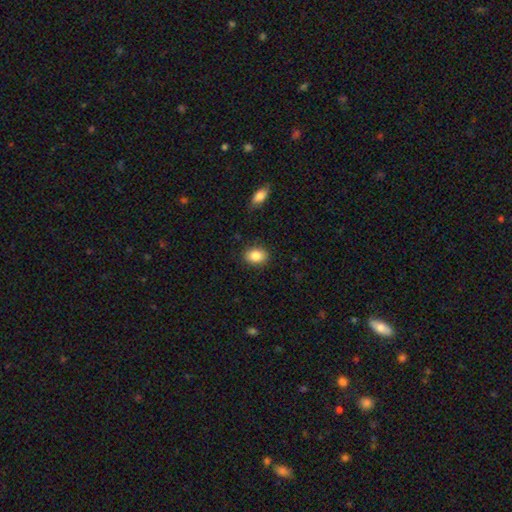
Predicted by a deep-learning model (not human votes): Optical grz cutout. It shows a smooth galaxy with no disk features (85%) that is in between round and cigar-shaped (67%). Merging: none (87%).